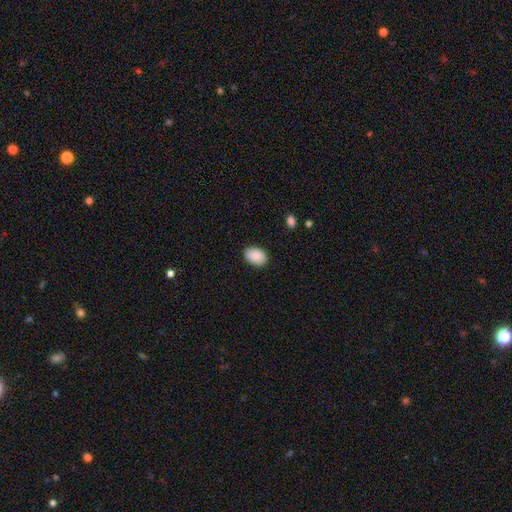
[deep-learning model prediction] A smooth galaxy with no disk features (89%) that is in between round and cigar-shaped (83%). Merging: none (86%).